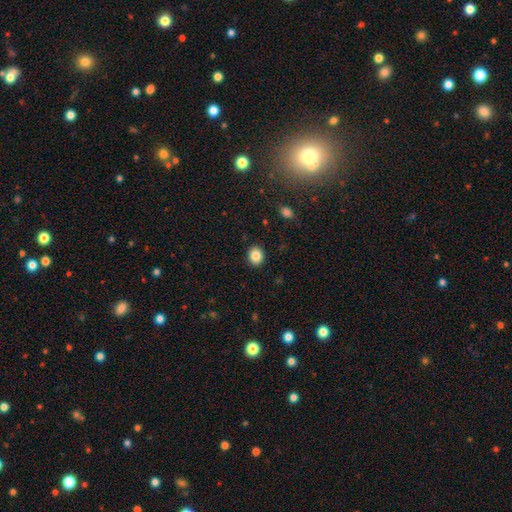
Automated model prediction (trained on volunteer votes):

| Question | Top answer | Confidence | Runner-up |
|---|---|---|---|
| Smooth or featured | smooth | 85% | star or artifact (10%) |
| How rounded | round | 63% | in between (36%) |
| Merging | none | 90% | minor disturbance (7%) |